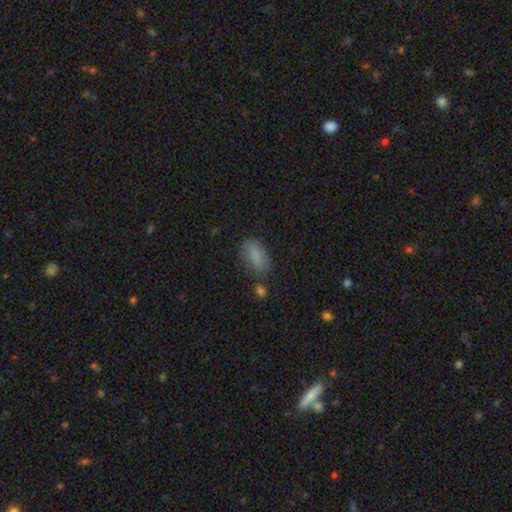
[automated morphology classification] A smooth galaxy with no disk features (85%) that is in between round and cigar-shaped (87%). Merging: none (74%).